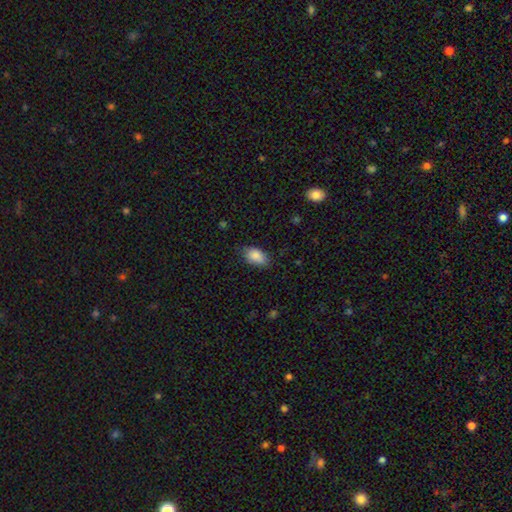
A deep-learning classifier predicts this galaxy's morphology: Smooth or featured? Predicted: smooth (p=0.86). How rounded? Predicted: in between (p=0.91). Merging? Predicted: none (p=0.76).